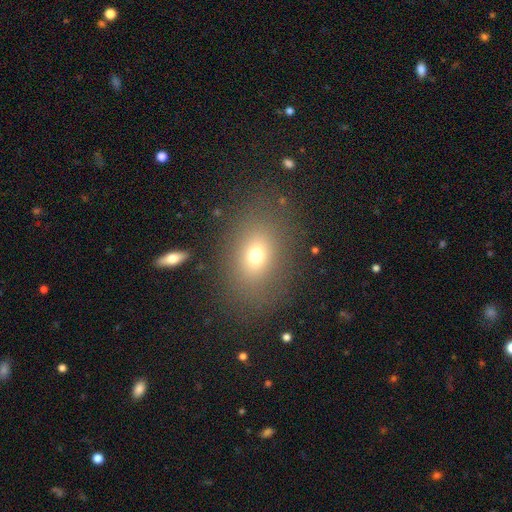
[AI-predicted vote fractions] smooth-or-featured: smooth: 69% | star or artifact: 16% | featured or disk: 15%
  how-rounded: in between: 67% | round: 31% | cigar-shaped: 2%
  merging: none: 79% | minor disturbance: 11% | major disturbance: 7% | merger: 3%